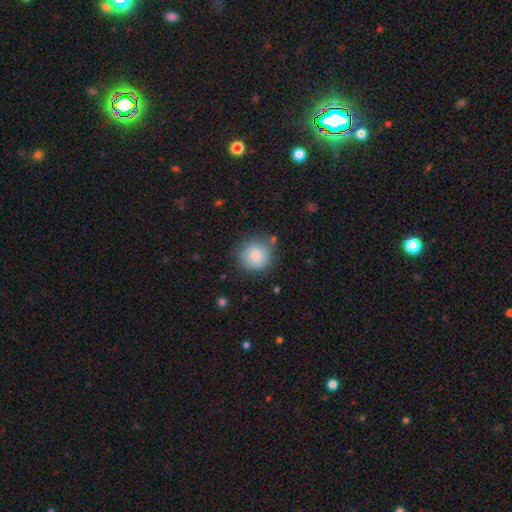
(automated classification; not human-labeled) This appears to be a smooth galaxy with no disk features (84%) that is round (92%). Merging: none (76%).